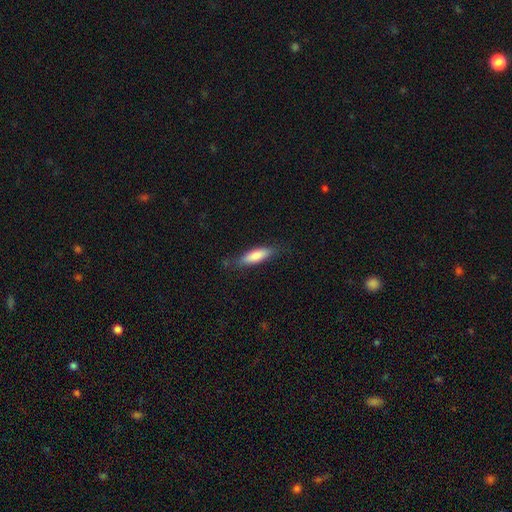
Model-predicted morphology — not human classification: smooth_or_featured: smooth (p=0.81) [alt: featured or disk p=0.13]
how_rounded: cigar-shaped (p=0.54) [alt: in between p=0.44]
merging: none (p=0.79) [alt: minor disturbance p=0.16]